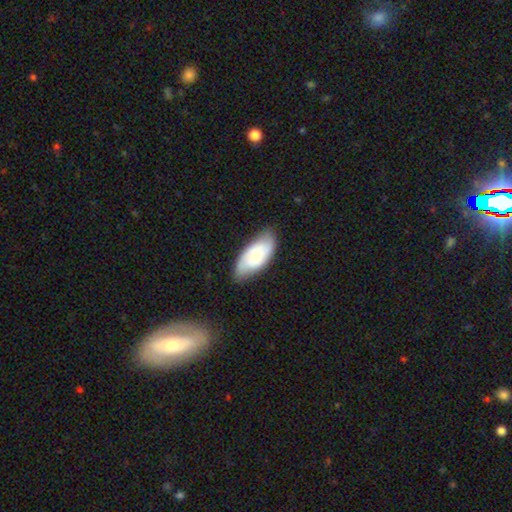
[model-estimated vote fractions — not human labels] Smooth or featured: smooth — 54% (featured or disk — 39%)
How rounded: in between — 90% (cigar-shaped — 8%)
Merging: none — 71% (minor disturbance — 23%)